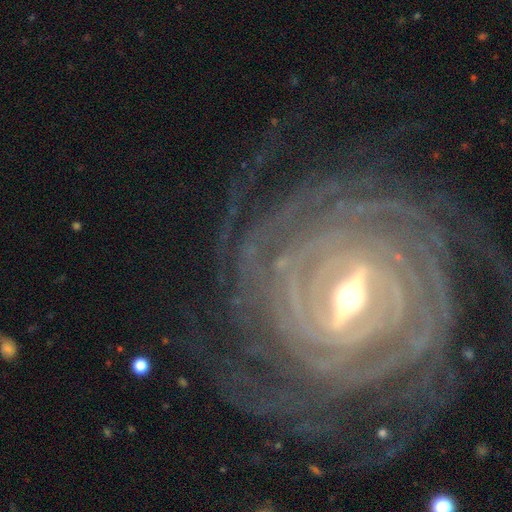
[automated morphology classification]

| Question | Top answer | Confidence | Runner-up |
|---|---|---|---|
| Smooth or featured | featured or disk | 92% | star or artifact (5%) |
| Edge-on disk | no | 95% | yes (5%) |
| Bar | strong | 70% | weak (23%) |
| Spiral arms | yes | 97% | no (3%) |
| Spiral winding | tight | 87% | medium (10%) |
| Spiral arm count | more than 4 | 35% | 4 (20%) |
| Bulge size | moderate | 63% | small (29%) |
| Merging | none | 77% | minor disturbance (12%) |